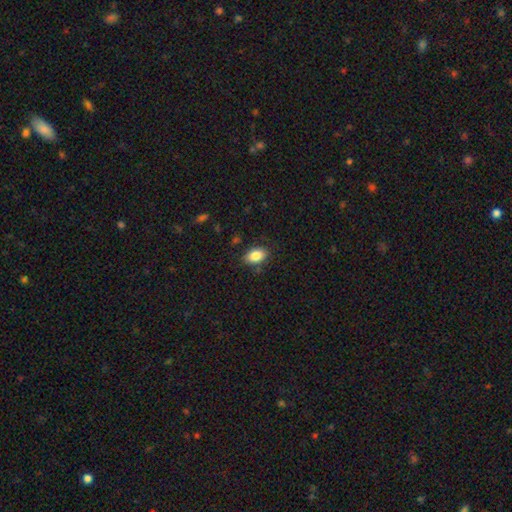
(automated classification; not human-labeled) Smooth or featured?
  - smooth: 85% *
  - star or artifact: 8%
  - featured or disk: 7%
How rounded?
  - in between: 89% *
  - round: 10%
  - cigar-shaped: 2%
Merging?
  - none: 83% *
  - minor disturbance: 13%
  - major disturbance: 3%
  - merger: 2%